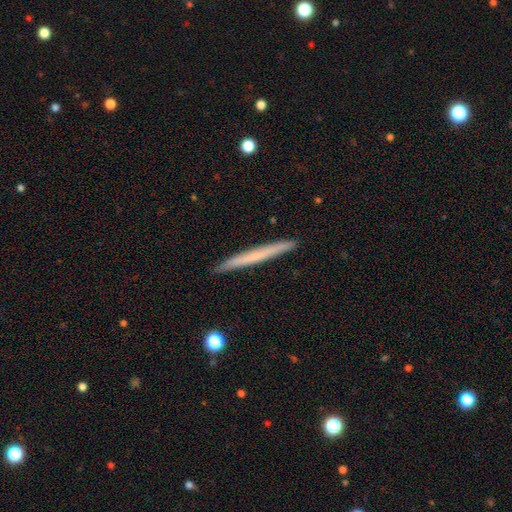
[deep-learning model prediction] Smooth or featured: smooth — 54% (featured or disk — 40%)
How rounded: cigar-shaped — 97% (in between — 2%)
Merging: none — 92% (minor disturbance — 5%)